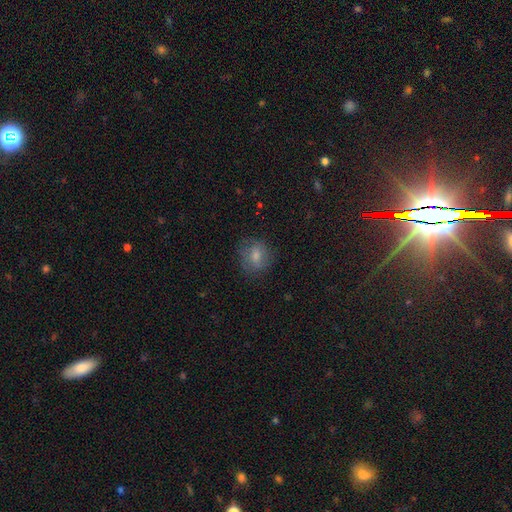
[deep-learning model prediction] Smooth or featured?
  - smooth: 71% *
  - featured or disk: 19%
  - star or artifact: 9%
How rounded?
  - round: 68% *
  - in between: 31%
  - cigar-shaped: 1%
Merging?
  - none: 73% *
  - minor disturbance: 18%
  - major disturbance: 8%
  - merger: 1%